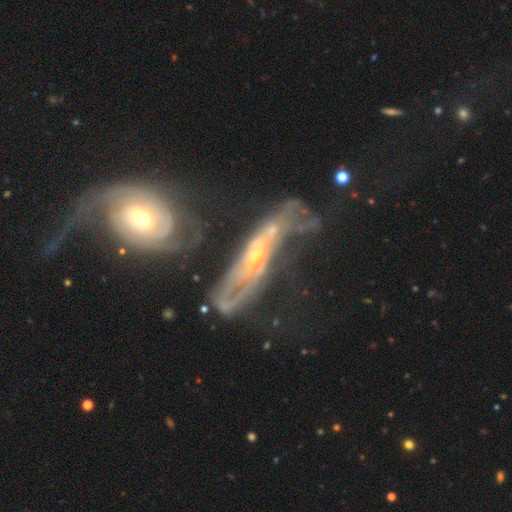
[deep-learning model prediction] Smooth or featured?
  - featured or disk: 77% *
  - smooth: 14%
  - star or artifact: 9%
Edge-on disk?
  - no: 82% *
  - yes: 18%
Bar?
  - no: 63% *
  - weak: 25%
  - strong: 13%
Spiral arms?
  - yes: 70% *
  - no: 30%
Bulge size?
  - small: 57% *
  - moderate: 36%
  - none: 4%
  - large: 2%
  - dominant: 1%
Merging?
  - merger: 44% *
  - major disturbance: 25%
  - none: 19%
  - minor disturbance: 12%